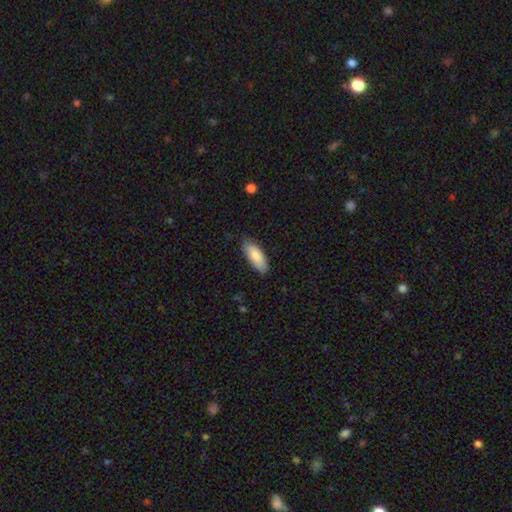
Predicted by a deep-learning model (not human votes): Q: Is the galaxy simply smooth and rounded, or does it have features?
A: smooth — 86%.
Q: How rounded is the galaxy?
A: in between — 74%.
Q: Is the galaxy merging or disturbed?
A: none — 84%.